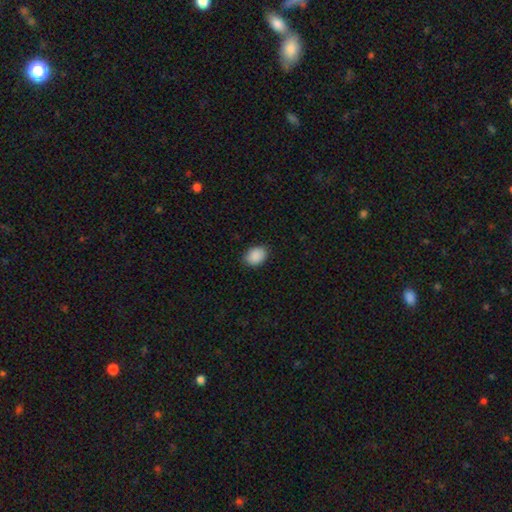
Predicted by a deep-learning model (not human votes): Overall: smooth (90%). How rounded: in between (67%; round 32%). Merging: none (87%).